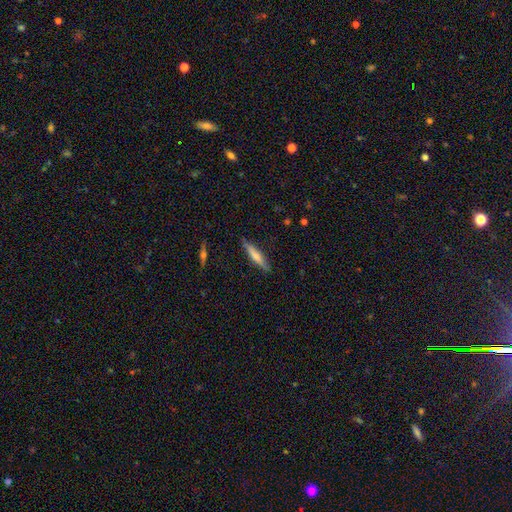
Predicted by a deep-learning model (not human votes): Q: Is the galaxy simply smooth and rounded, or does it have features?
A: smooth — 63%.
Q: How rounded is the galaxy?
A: cigar-shaped — 88%.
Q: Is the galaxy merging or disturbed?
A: none — 86%.